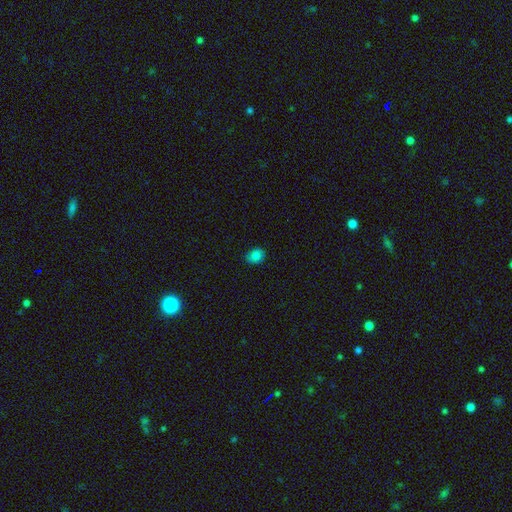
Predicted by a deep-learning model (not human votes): This appears to be a smooth galaxy with no disk features (84%) that is round (54%). Merging: none (81%).